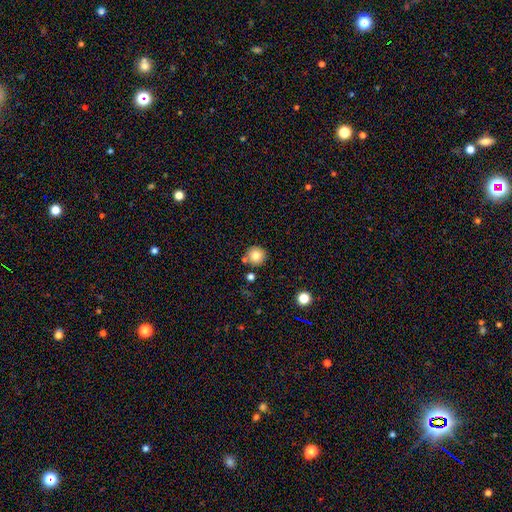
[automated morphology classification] This appears to be a smooth galaxy with no disk features (80%) that is round (95%). Merging: none (80%).